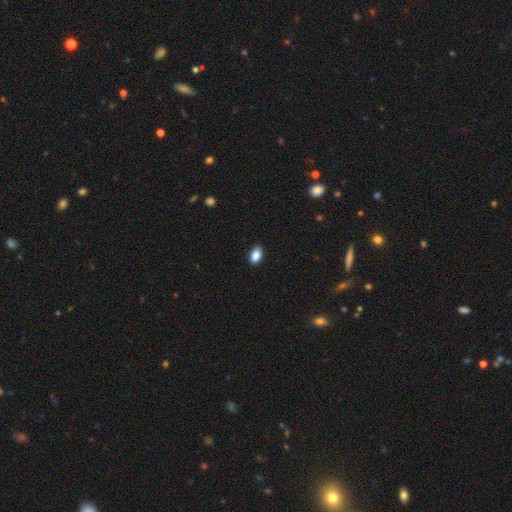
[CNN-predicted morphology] type=smooth (89%); roundness=in between (91%); merging=none (86%).